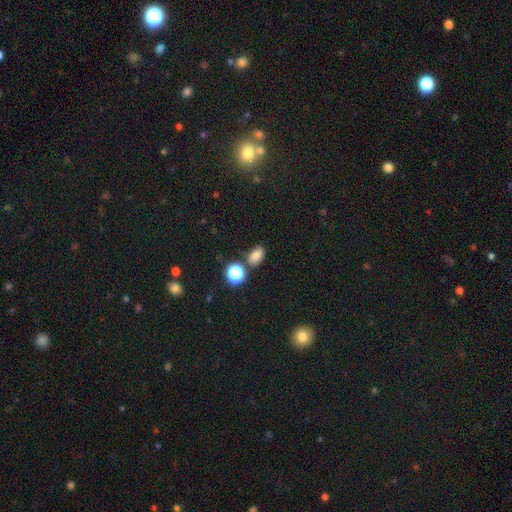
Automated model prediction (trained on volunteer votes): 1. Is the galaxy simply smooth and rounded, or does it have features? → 75% smooth, 17% star or artifact, 7% featured or disk.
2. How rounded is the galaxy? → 78% in between, 20% round, 2% cigar-shaped.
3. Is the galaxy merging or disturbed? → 74% none, 14% minor disturbance, 9% merger, 4% major disturbance.